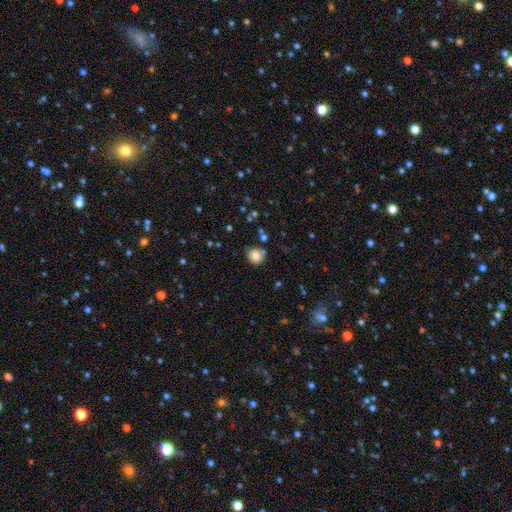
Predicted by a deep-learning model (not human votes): Smooth or featured?
  - smooth: 80% *
  - star or artifact: 11%
  - featured or disk: 10%
How rounded?
  - round: 83% *
  - in between: 16%
  - cigar-shaped: 1%
Merging?
  - none: 77% *
  - minor disturbance: 14%
  - merger: 5%
  - major disturbance: 4%